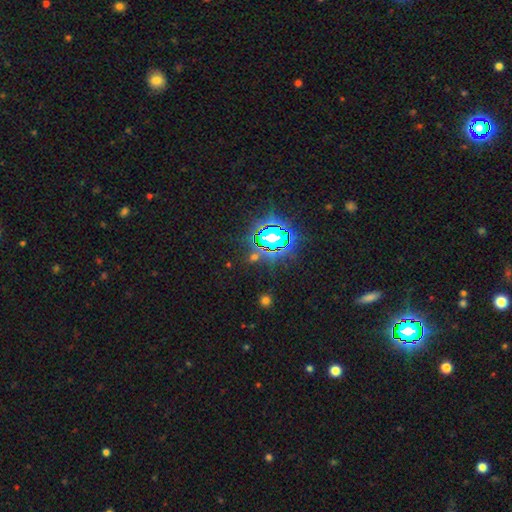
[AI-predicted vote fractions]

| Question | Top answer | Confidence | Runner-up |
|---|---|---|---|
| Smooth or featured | star or artifact | 76% | smooth (15%) |